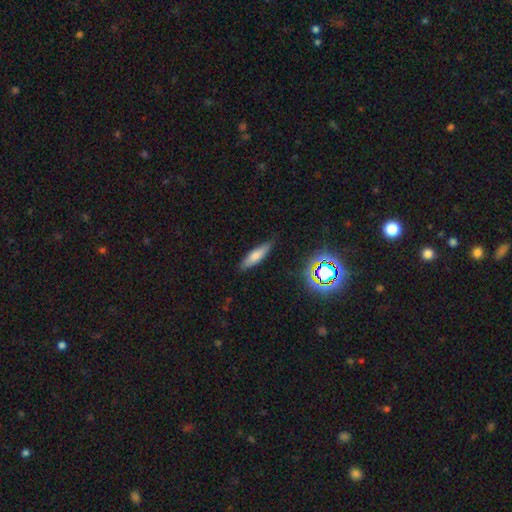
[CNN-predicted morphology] Smooth or featured? smooth (70%)
How rounded? cigar-shaped (62%)
Merging? none (85%)